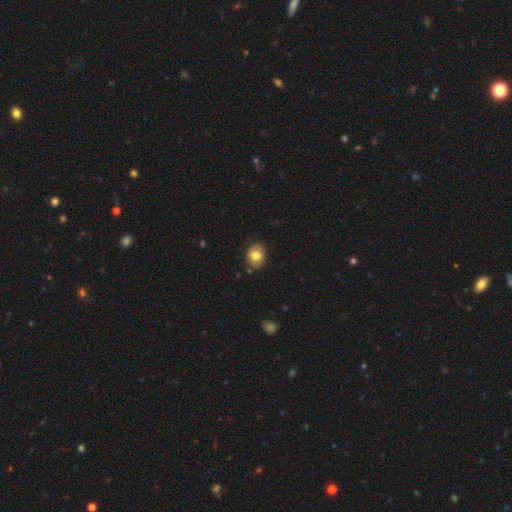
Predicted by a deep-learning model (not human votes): Smooth or featured? smooth (78%)
How rounded? round (56%)
Merging? none (84%)